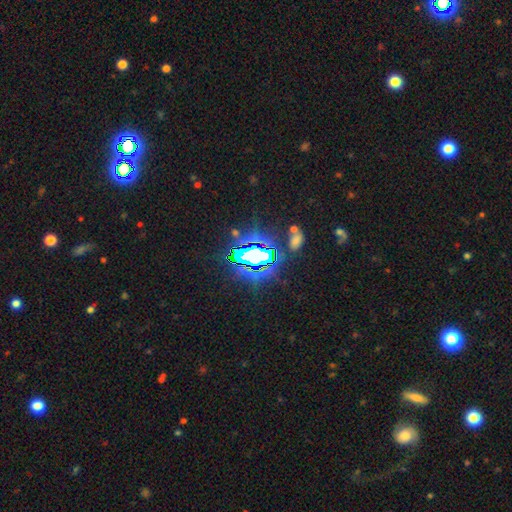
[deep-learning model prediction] A star or artifact, not a galaxy (76%).

Vote fractions:
- Smooth or featured? star or artifact: 76% / smooth: 13% / featured or disk: 11%